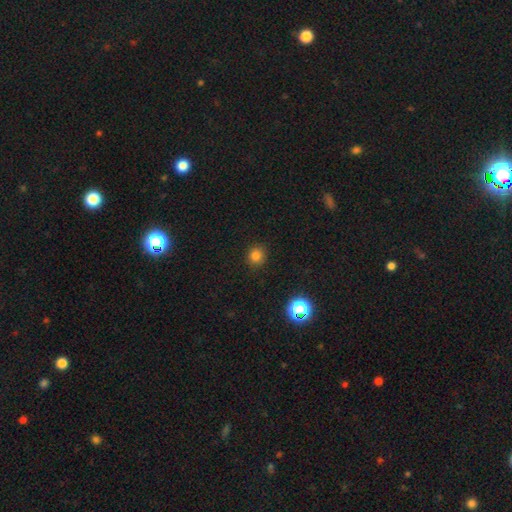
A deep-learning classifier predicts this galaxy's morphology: A smooth galaxy with no disk features (80%) that is round (88%). Merging: none (88%).